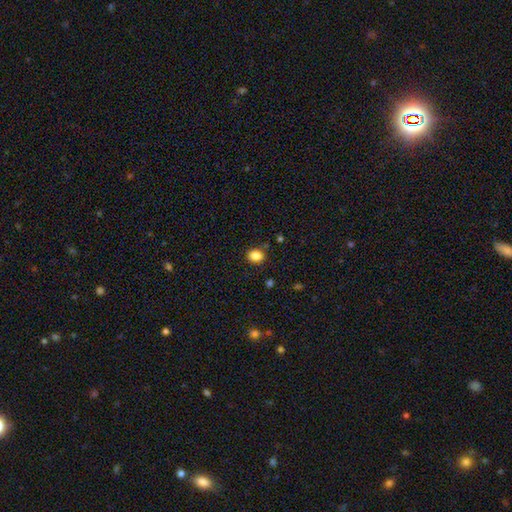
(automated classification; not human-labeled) Smooth or featured? smooth (85%)
How rounded? round (62%)
Merging? none (85%)